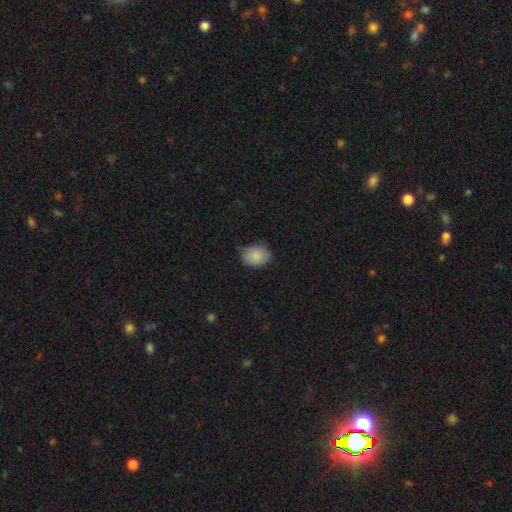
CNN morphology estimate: Smooth or featured: smooth — 87% (star or artifact — 7%)
How rounded: in between — 59% (round — 40%)
Merging: none — 81% (minor disturbance — 15%)